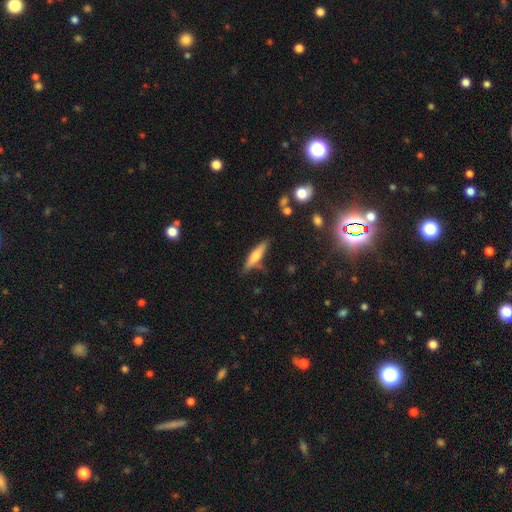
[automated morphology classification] Overall: smooth (58%; featured or disk 35%). How rounded: cigar-shaped (77%). Merging: none (75%).